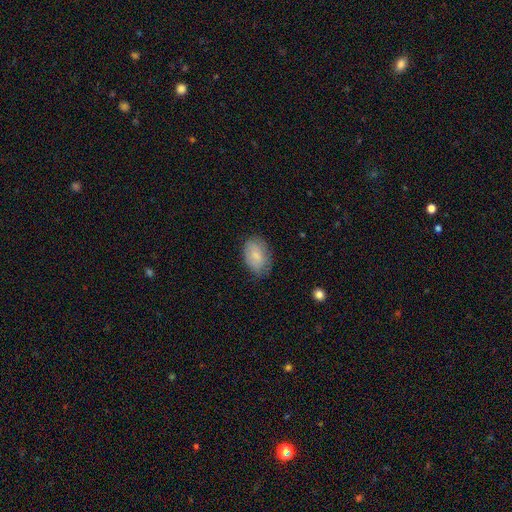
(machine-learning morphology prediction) This appears to be a smooth galaxy with no disk features (81%) that is in between round and cigar-shaped (88%). Merging: none (72%).